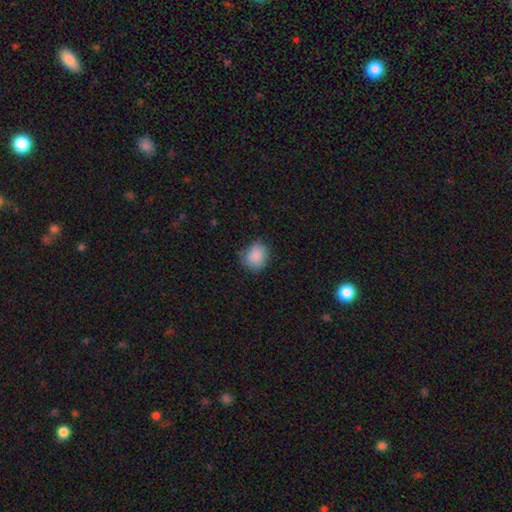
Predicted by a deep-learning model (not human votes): This is clearly a smooth galaxy (86%). How rounded: likely round (63%). Merging: likely none (67%).